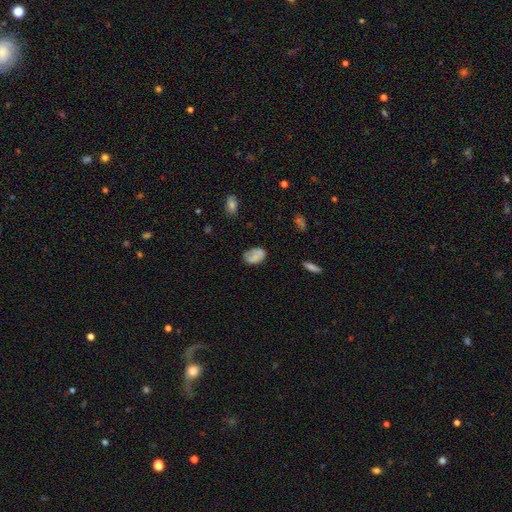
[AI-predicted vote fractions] Smooth or featured? smooth (70%)
How rounded? in between (86%)
Merging? none (64%)